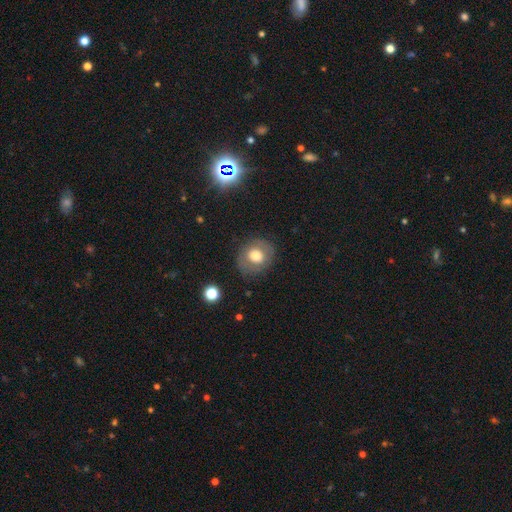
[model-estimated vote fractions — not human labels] This is likely a smooth galaxy (66%). How rounded: likely round (71%). Merging: likely none (80%).